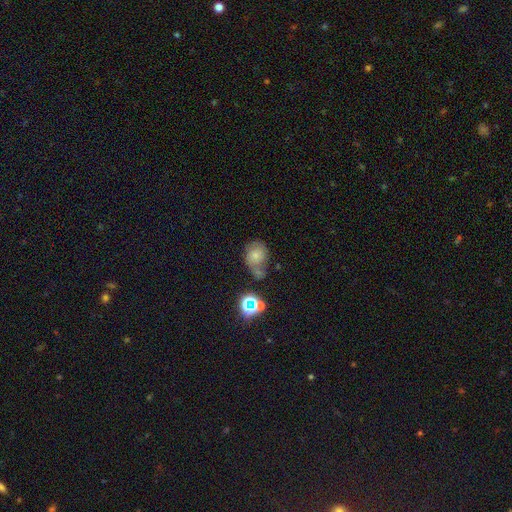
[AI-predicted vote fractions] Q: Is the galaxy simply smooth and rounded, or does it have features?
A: smooth — 56%.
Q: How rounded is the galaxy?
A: round — 56%.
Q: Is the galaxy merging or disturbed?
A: none — 36%.